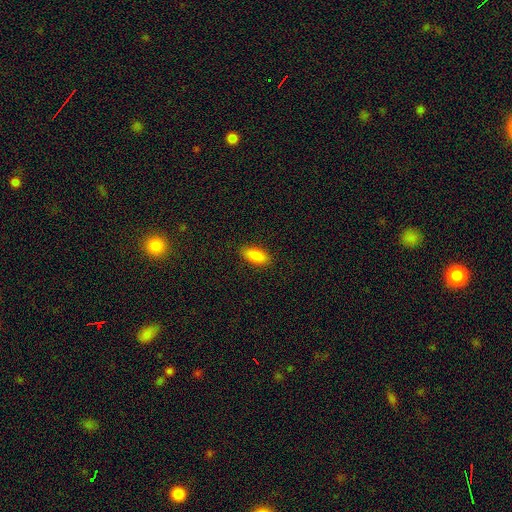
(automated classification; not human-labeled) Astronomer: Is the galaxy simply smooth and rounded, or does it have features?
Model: smooth — 85%.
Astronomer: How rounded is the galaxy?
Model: in between — 86%.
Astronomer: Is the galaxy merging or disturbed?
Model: none — 89%.